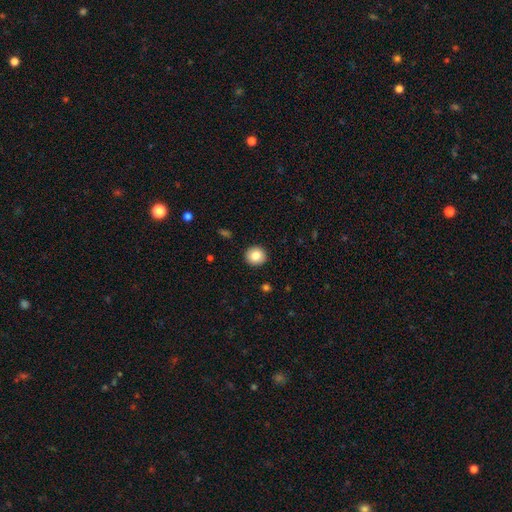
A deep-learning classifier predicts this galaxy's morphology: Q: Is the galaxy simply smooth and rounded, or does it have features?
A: smooth — 85%.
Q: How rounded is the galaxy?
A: round — 91%.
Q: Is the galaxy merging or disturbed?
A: none — 92%.